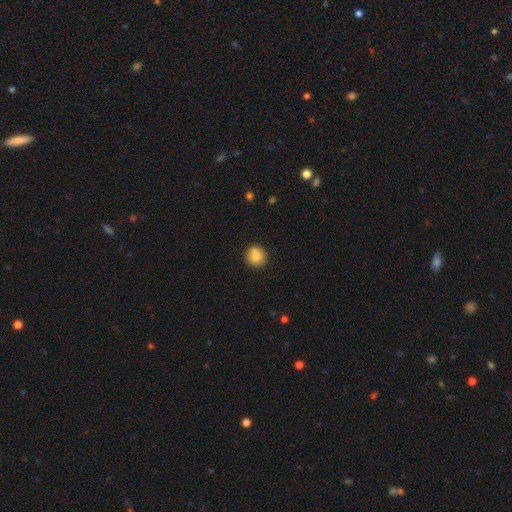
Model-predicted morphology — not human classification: Q: Smooth or featured?
A: smooth (82%); runner-up: star or artifact (9%)
Q: How rounded?
A: round (90%); runner-up: in between (9%)
Q: Merging?
A: none (78%); runner-up: minor disturbance (12%)